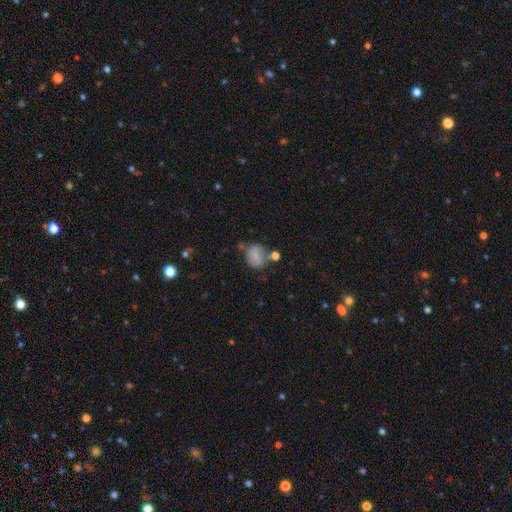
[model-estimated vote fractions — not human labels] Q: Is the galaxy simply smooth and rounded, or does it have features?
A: smooth — 73%.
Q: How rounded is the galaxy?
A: round — 54%.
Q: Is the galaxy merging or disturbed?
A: none — 51%.